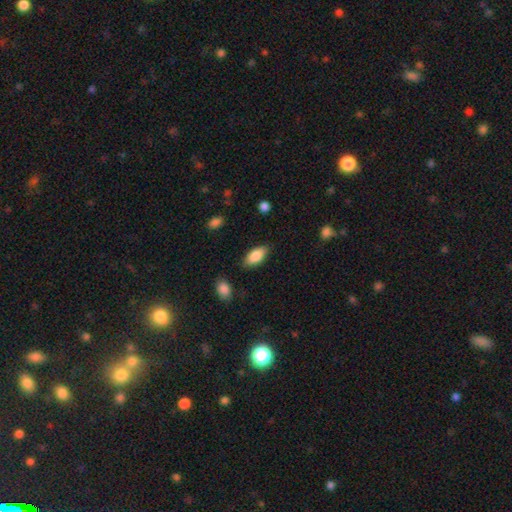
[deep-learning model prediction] A smooth galaxy with no disk features (87%) that is in between round and cigar-shaped (89%).

Vote fractions:
- Smooth or featured? smooth: 87% / featured or disk: 7% / star or artifact: 6%
- How rounded? in between: 89% / cigar-shaped: 8% / round: 2%
- Merging? none: 83% / minor disturbance: 13% / major disturbance: 3% / merger: 2%